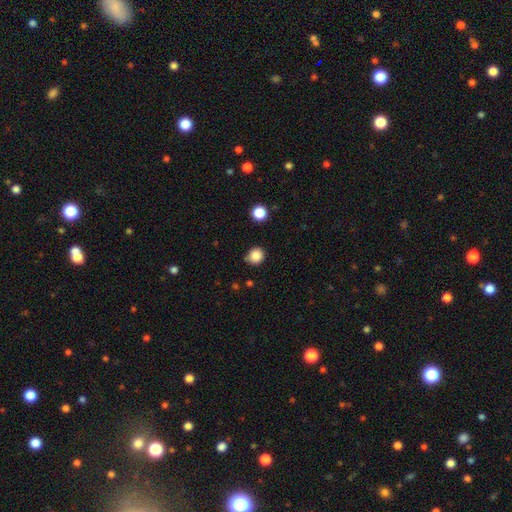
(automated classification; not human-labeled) Smooth or featured? smooth (85%)
How rounded? round (85%)
Merging? none (78%)